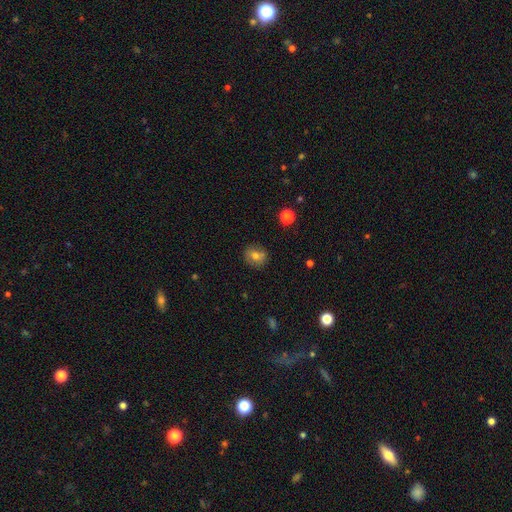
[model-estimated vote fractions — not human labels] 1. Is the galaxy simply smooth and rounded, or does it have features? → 69% smooth, 19% featured or disk, 12% star or artifact.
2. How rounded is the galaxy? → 70% round, 29% in between, 1% cigar-shaped.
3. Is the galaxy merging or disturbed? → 78% none, 13% minor disturbance, 5% merger, 3% major disturbance.